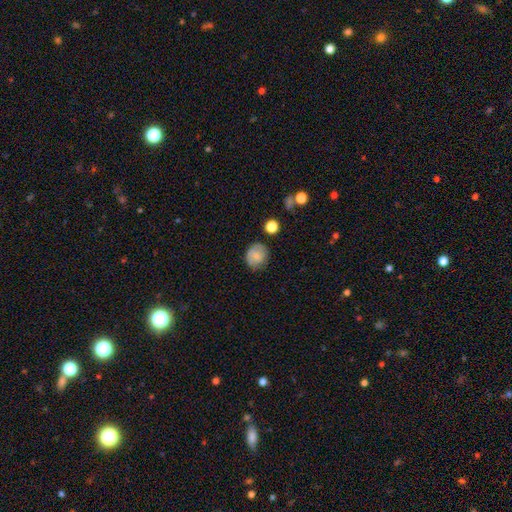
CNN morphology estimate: smooth_or_featured: smooth (p=0.73) [alt: featured or disk p=0.18]
how_rounded: round (p=0.79) [alt: in between p=0.20]
merging: none (p=0.74) [alt: minor disturbance p=0.18]